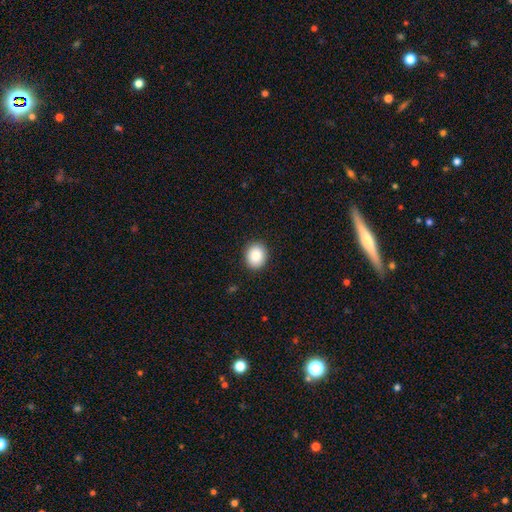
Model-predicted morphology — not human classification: Smooth or featured? Predicted: smooth (p=0.86). How rounded? Predicted: round (p=0.65). Merging? Predicted: none (p=0.91).